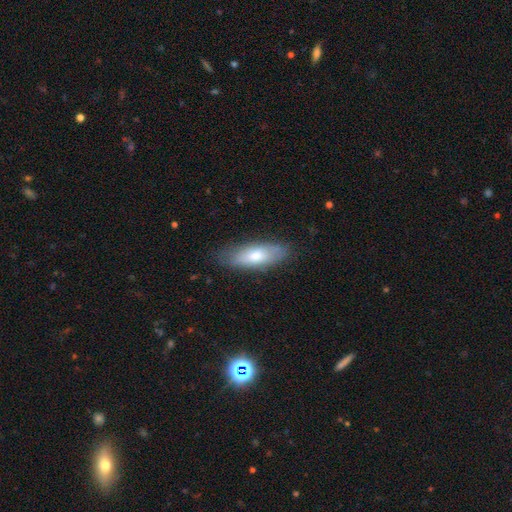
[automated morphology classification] A smooth galaxy with no disk features (67%) that is in between round and cigar-shaped (60%).

Vote fractions:
- Smooth or featured? smooth: 67% / featured or disk: 27% / star or artifact: 6%
- How rounded? in between: 60% / cigar-shaped: 38% / round: 2%
- Merging? none: 81% / minor disturbance: 15% / major disturbance: 3% / merger: 1%